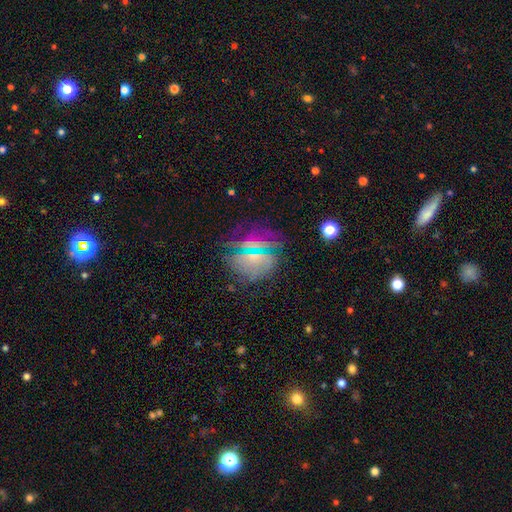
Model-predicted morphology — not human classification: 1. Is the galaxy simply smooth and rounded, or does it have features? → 37% star or artifact, 32% smooth, 31% featured or disk.